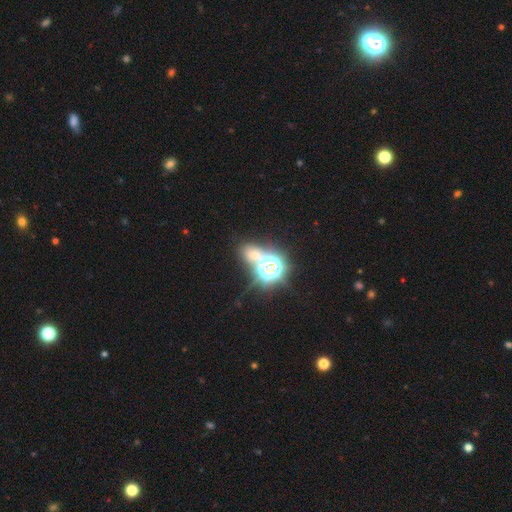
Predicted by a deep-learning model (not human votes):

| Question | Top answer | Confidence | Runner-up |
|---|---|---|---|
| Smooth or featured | star or artifact | 59% | smooth (31%) |